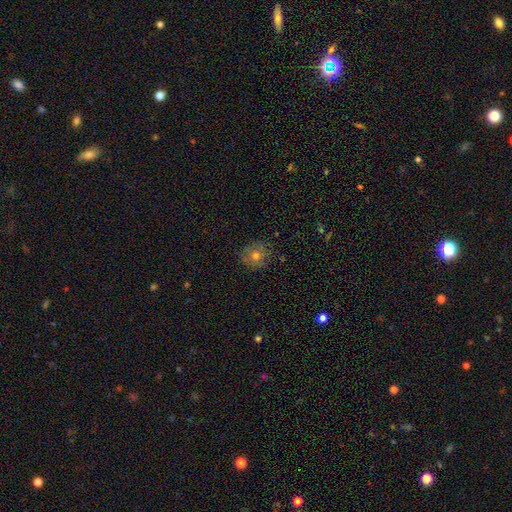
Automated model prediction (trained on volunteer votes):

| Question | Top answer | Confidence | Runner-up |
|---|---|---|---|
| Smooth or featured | smooth | 68% | featured or disk (21%) |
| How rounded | round | 85% | in between (14%) |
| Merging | none | 81% | minor disturbance (14%) |